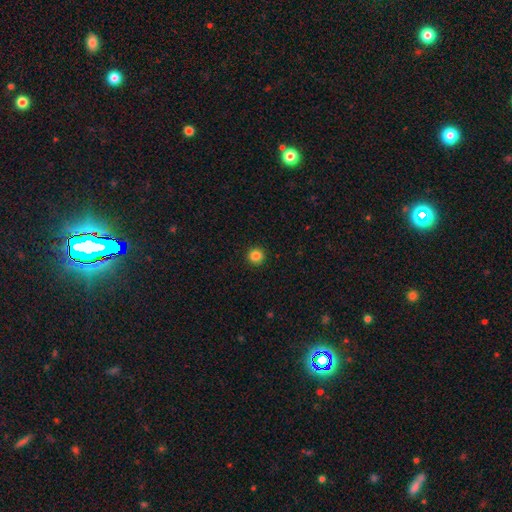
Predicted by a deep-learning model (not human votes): smooth_or_featured: smooth (p=0.86) [alt: star or artifact p=0.11]
how_rounded: round (p=0.96) [alt: in between p=0.03]
merging: none (p=0.93) [alt: minor disturbance p=0.04]